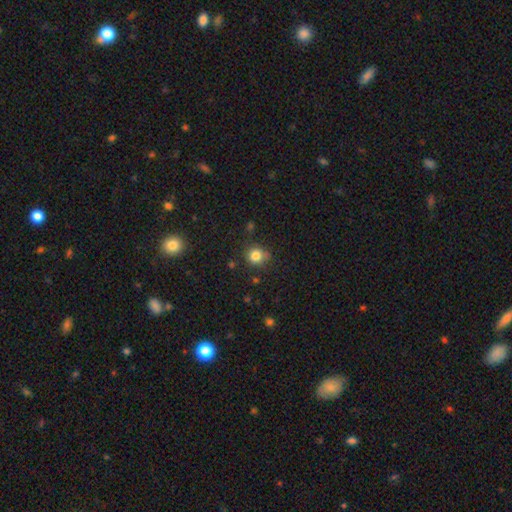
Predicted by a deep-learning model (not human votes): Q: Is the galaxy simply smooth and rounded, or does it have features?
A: smooth — 82%.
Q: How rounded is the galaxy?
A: round — 83%.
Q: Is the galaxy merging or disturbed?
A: none — 73%.